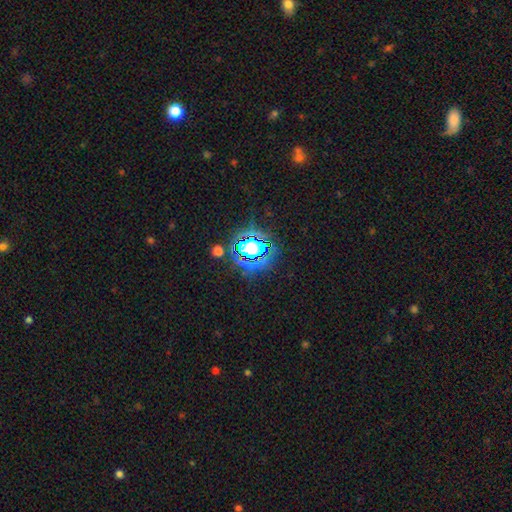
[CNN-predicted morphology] Smooth or featured: star or artifact — 79% (smooth — 14%)